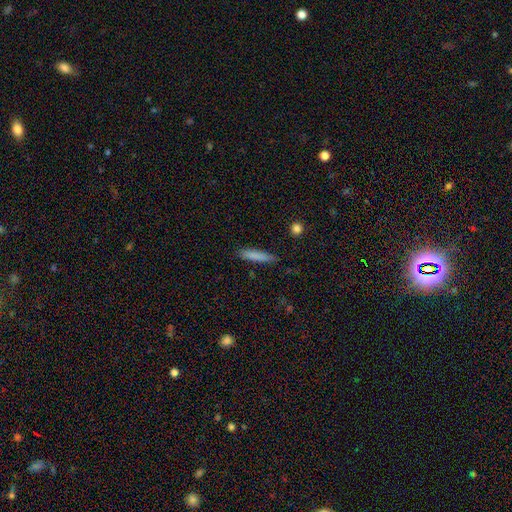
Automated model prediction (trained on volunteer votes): Smooth or featured? Predicted: smooth (p=0.81). How rounded? Predicted: cigar-shaped (p=0.86). Merging? Predicted: none (p=0.81).